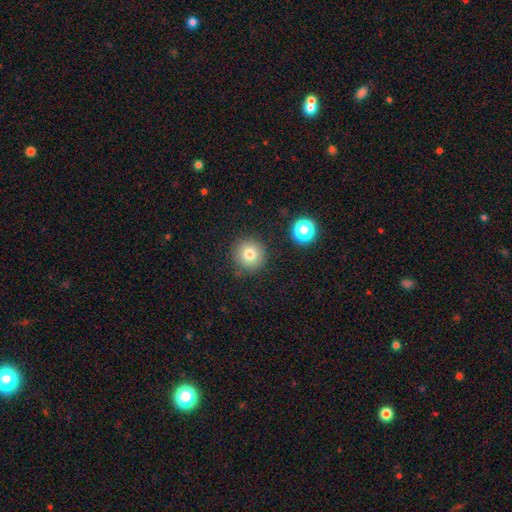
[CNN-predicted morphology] smooth_or_featured: smooth (p=0.66) [alt: star or artifact p=0.26]
how_rounded: round (p=0.95) [alt: in between p=0.04]
merging: none (p=0.91) [alt: minor disturbance p=0.05]